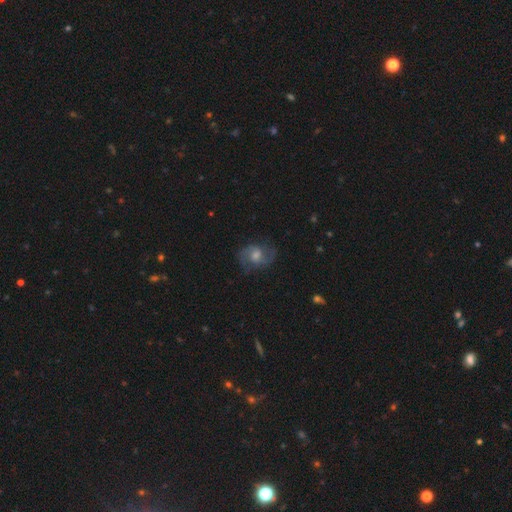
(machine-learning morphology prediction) Smooth or featured?
  - featured or disk: 74% *
  - smooth: 16%
  - star or artifact: 10%
Edge-on disk?
  - no: 97% *
  - yes: 3%
Bar?
  - weak: 46% *
  - no: 45%
  - strong: 9%
Spiral arms?
  - yes: 94% *
  - no: 6%
Spiral winding?
  - medium: 55% *
  - loose: 24%
  - tight: 22%
Spiral arm count?
  - 2: 88% *
  - can't tell: 6%
  - 3: 2%
  - 1: 2%
  - 4: 1%
  - more than 4: 1%
Bulge size?
  - moderate: 56% *
  - small: 24%
  - large: 14%
  - none: 5%
  - dominant: 2%
Merging?
  - none: 79% *
  - minor disturbance: 14%
  - major disturbance: 6%
  - merger: 1%